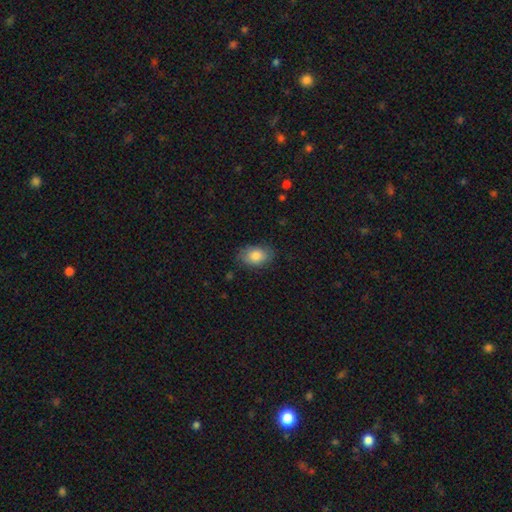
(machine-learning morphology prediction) Overall: smooth (83%). How rounded: in between (84%). Merging: none (78%).